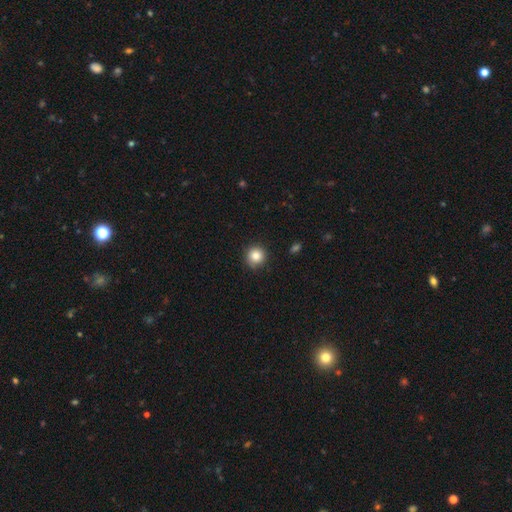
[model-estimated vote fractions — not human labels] Q: Smooth or featured?
A: smooth (83%); runner-up: star or artifact (10%)
Q: How rounded?
A: round (94%); runner-up: in between (5%)
Q: Merging?
A: none (89%); runner-up: minor disturbance (8%)